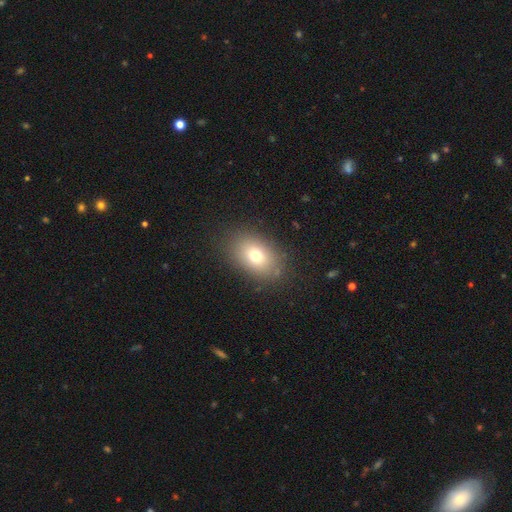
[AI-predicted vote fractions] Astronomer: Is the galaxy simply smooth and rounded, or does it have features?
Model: smooth — 74%.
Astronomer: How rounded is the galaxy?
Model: in between — 79%.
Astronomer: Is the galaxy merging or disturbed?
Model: none — 84%.